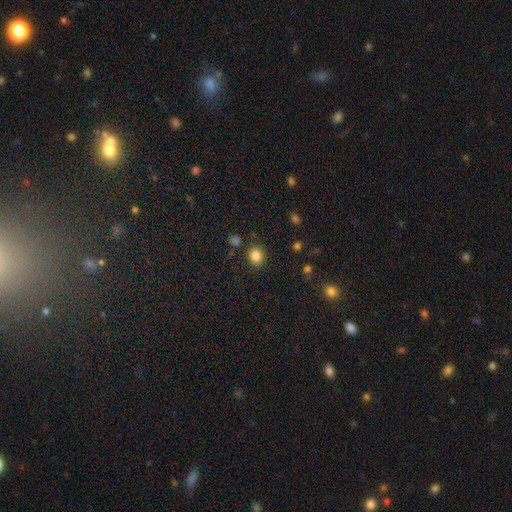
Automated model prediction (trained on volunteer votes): Smooth or featured: smooth — 83% (star or artifact — 11%)
How rounded: round — 58% (in between — 41%)
Merging: none — 84% (minor disturbance — 10%)